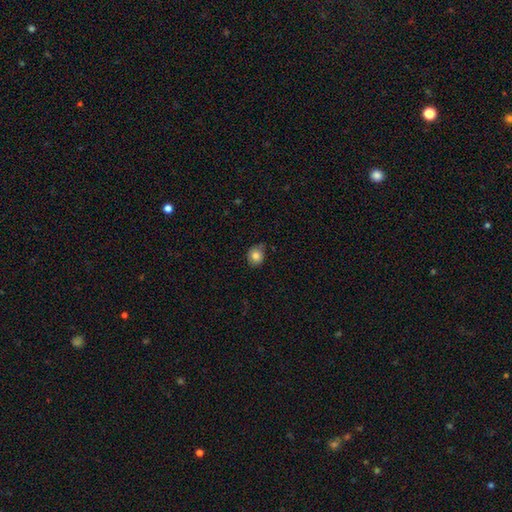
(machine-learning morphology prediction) type=smooth (82%); roundness=round (65%); merging=none (74%).